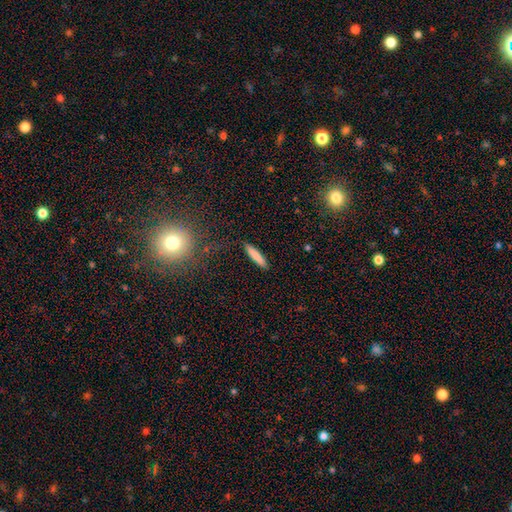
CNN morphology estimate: Smooth or featured: smooth — 83% (featured or disk — 10%)
How rounded: cigar-shaped — 87% (in between — 11%)
Merging: none — 90% (minor disturbance — 7%)